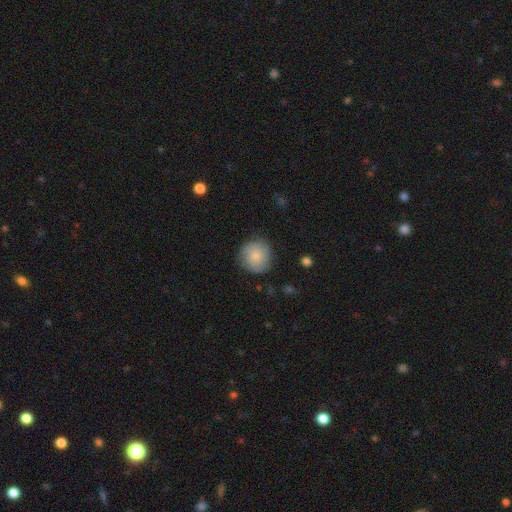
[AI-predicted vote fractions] smooth-or-featured: smooth: 79% | featured or disk: 15% | star or artifact: 7%
  how-rounded: round: 92% | in between: 7% | cigar-shaped: 1%
  merging: none: 81% | minor disturbance: 14% | major disturbance: 4% | merger: 1%